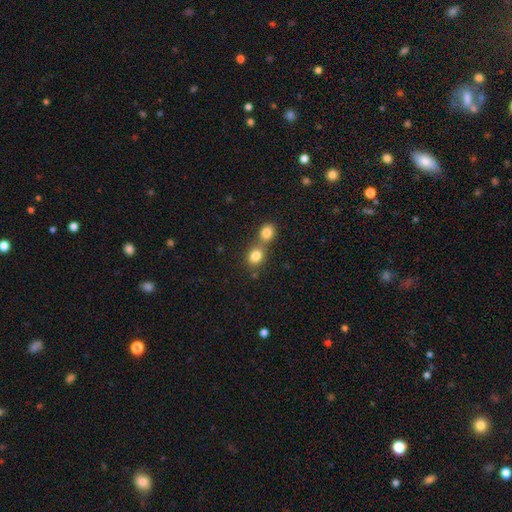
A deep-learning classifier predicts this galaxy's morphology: Smooth or featured?
  - smooth: 83% *
  - star or artifact: 11%
  - featured or disk: 7%
How rounded?
  - round: 63% *
  - in between: 36%
  - cigar-shaped: 1%
Merging?
  - merger: 51% *
  - none: 40%
  - minor disturbance: 7%
  - major disturbance: 3%